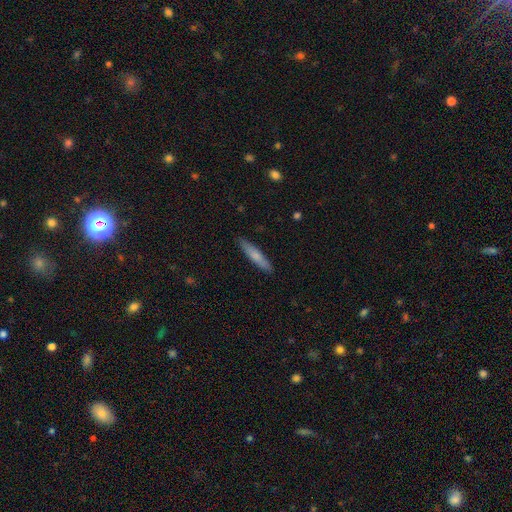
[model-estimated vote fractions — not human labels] This is likely a smooth galaxy (71%). How rounded: clearly cigar-shaped (89%). Merging: clearly none (90%).